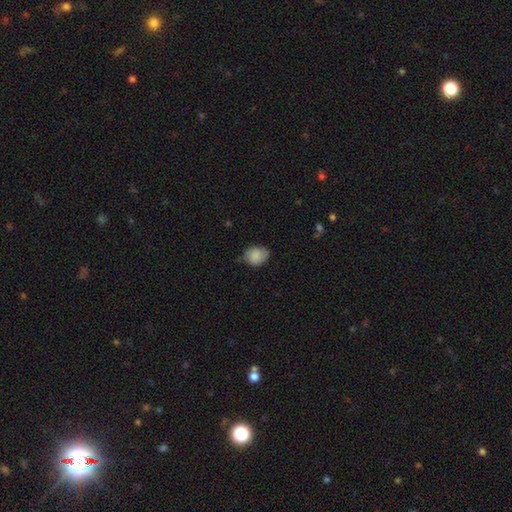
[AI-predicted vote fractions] smooth 85%, featured or disk 7%, star or artifact 7%. Down the decision tree: how rounded — round (51%); merging — none (60%).